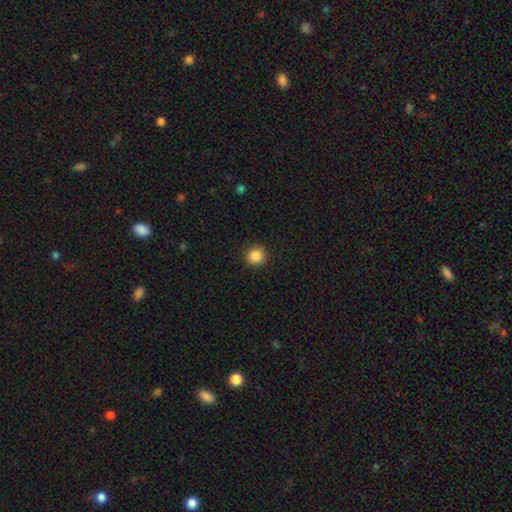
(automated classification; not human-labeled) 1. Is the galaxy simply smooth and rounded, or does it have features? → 87% smooth, 10% star or artifact, 3% featured or disk.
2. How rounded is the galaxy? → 90% round, 9% in between, 1% cigar-shaped.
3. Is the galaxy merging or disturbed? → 90% none, 7% minor disturbance, 2% major disturbance, 1% merger.